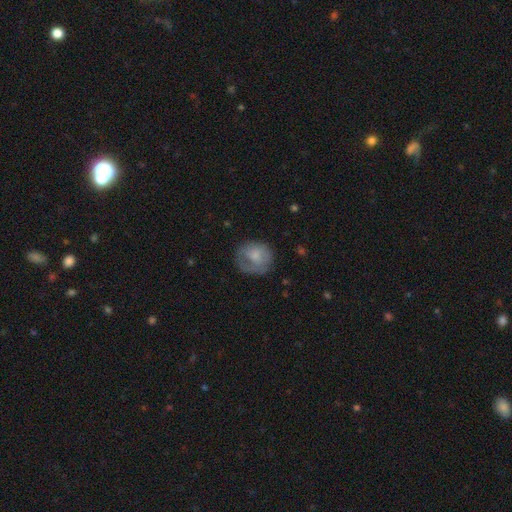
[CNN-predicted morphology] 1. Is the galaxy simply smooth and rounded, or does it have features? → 64% smooth, 28% featured or disk, 8% star or artifact.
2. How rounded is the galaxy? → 74% round, 25% in between, 1% cigar-shaped.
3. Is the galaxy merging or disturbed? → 52% none, 25% minor disturbance, 21% major disturbance, 2% merger.